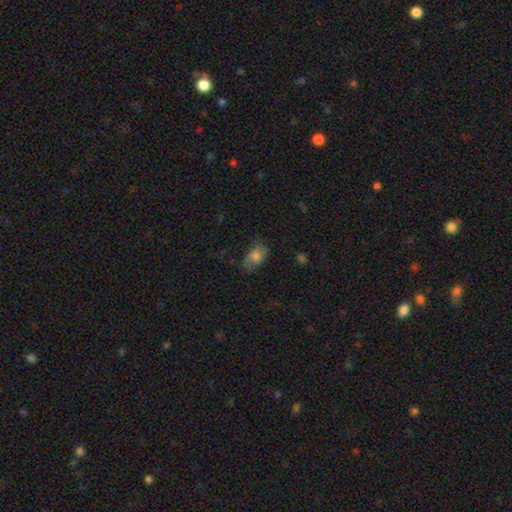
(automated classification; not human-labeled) Morphology: type=smooth (74%); roundness=in between (87%); merging=none (62%).